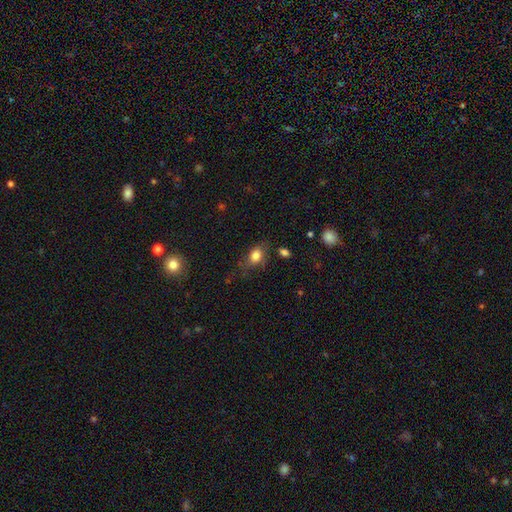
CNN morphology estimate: type=smooth (79%); roundness=in between (77%); merging=none (59%).